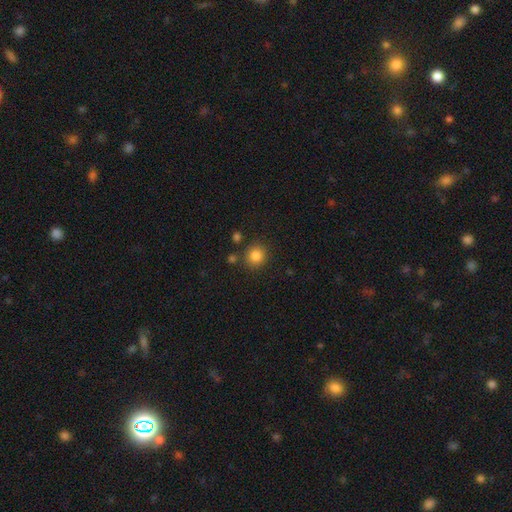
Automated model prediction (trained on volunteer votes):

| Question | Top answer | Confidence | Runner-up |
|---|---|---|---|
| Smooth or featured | smooth | 84% | star or artifact (11%) |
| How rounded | round | 88% | in between (11%) |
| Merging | none | 84% | minor disturbance (8%) |